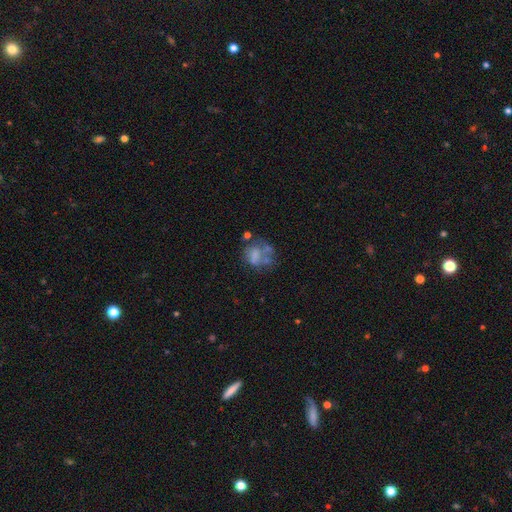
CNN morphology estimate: Q: Smooth or featured?
A: smooth (48%); runner-up: featured or disk (40%)
Q: Merging?
A: none (31%); runner-up: major disturbance (28%)